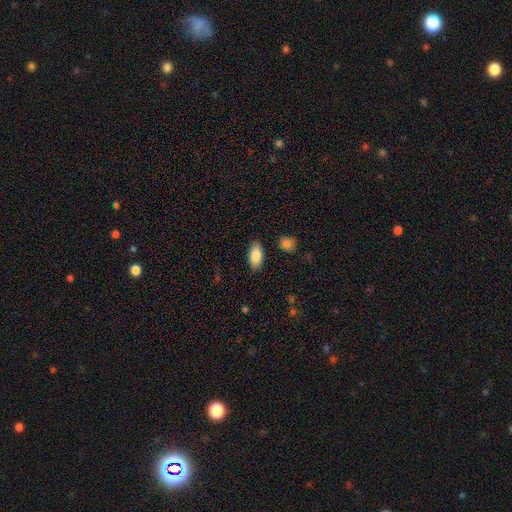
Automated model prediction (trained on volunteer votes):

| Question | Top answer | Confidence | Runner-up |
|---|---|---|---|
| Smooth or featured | smooth | 88% | star or artifact (6%) |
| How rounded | in between | 91% | cigar-shaped (6%) |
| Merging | none | 86% | minor disturbance (10%) |